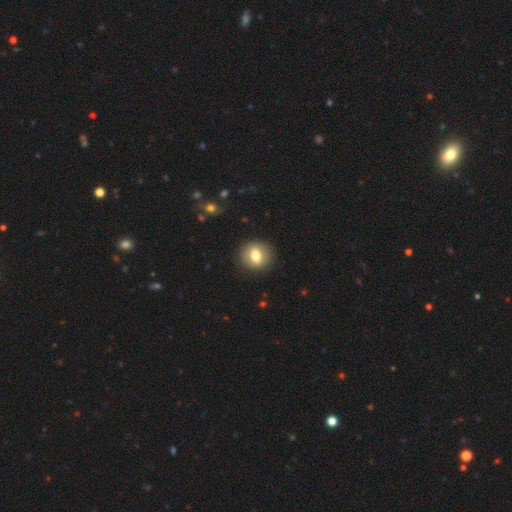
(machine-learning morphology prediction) A smooth galaxy with no disk features (72%) that is round (76%). Merging: none (88%).